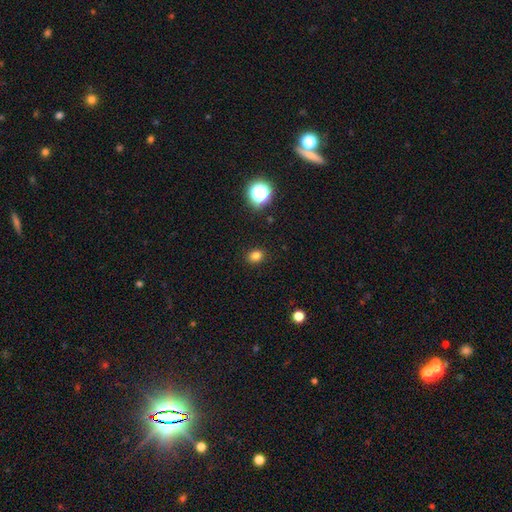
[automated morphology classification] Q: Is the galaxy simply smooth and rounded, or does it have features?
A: smooth — 81%.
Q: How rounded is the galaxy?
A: round — 55%.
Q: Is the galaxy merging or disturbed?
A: none — 89%.